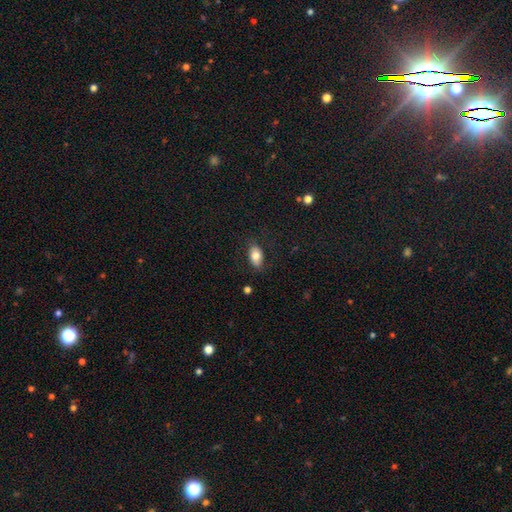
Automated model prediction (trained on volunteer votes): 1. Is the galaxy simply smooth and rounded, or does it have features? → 80% smooth, 13% featured or disk, 7% star or artifact.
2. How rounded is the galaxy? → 91% in between, 7% round, 2% cigar-shaped.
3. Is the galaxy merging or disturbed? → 82% none, 13% minor disturbance, 4% major disturbance, 1% merger.